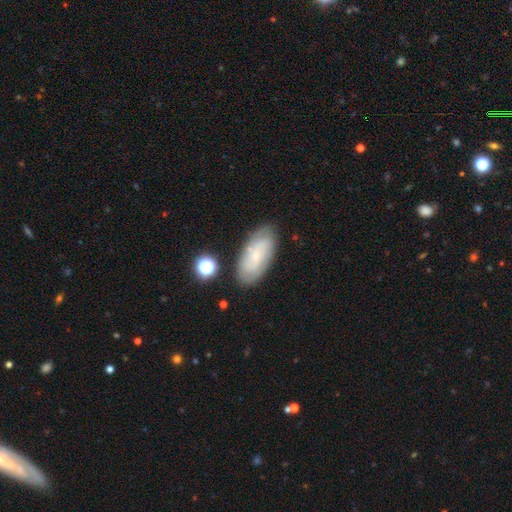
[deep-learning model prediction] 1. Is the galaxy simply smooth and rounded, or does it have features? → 46% smooth, 45% featured or disk, 9% star or artifact.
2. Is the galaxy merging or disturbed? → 76% none, 16% minor disturbance, 4% major disturbance, 4% merger.